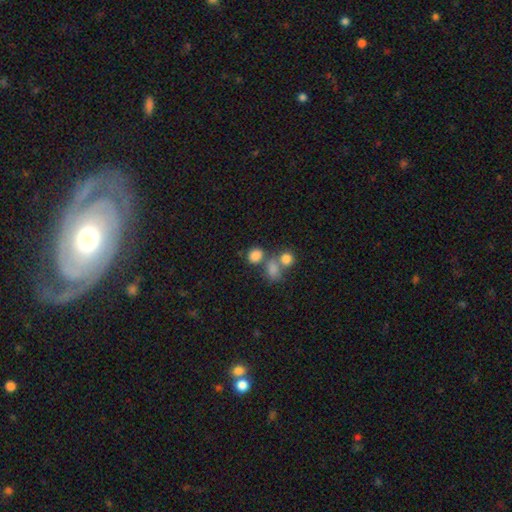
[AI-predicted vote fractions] Smooth or featured: smooth — 81% (star or artifact — 12%)
How rounded: round — 54% (in between — 44%)
Merging: none — 49% (merger — 35%)